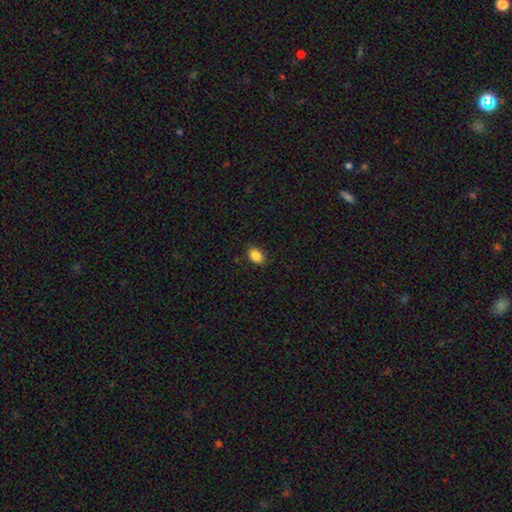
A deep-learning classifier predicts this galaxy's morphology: smooth 87%, star or artifact 9%, featured or disk 5%. Down the decision tree: how rounded — in between (86%); merging — none (88%).